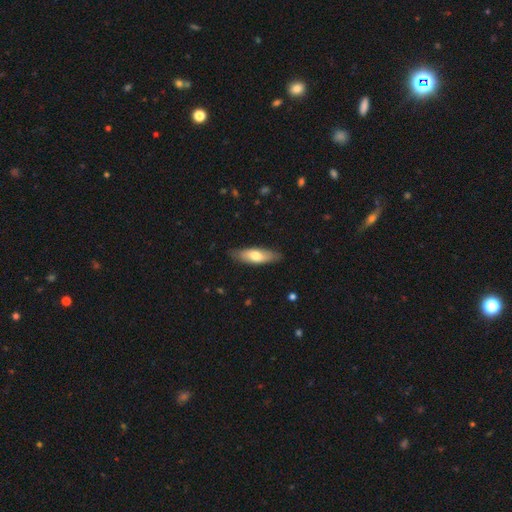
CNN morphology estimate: type=smooth (65%); roundness=in between (56%); merging=none (83%).